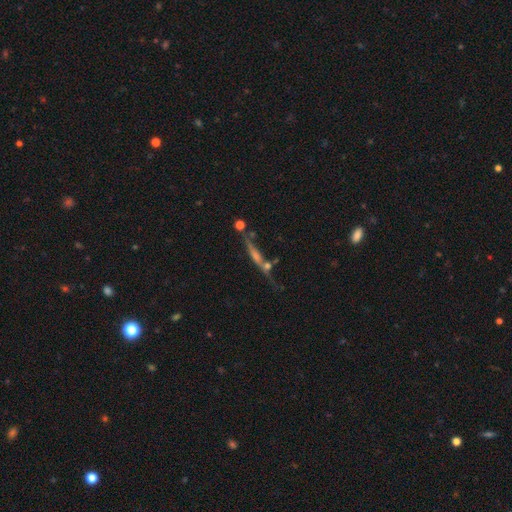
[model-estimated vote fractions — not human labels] Smooth or featured? Predicted: featured or disk (p=0.63). Edge-on disk? Predicted: yes (p=0.84). Edge-on bulge? Predicted: rounded (p=0.52). Merging? Predicted: none (p=0.54).